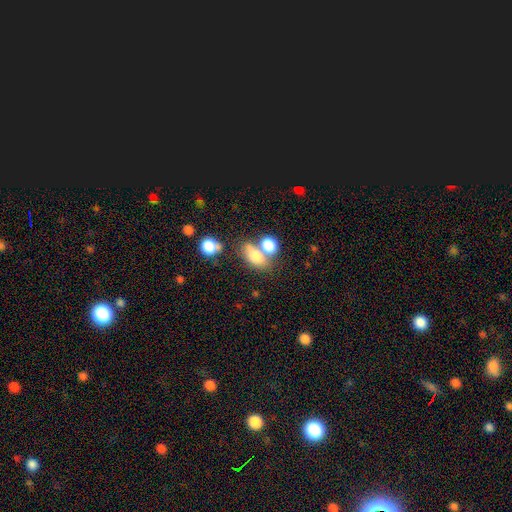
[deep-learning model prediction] smooth-or-featured: smooth: 77% | featured or disk: 14% | star or artifact: 10%
  how-rounded: in between: 77% | round: 20% | cigar-shaped: 3%
  merging: merger: 50% | none: 34% | minor disturbance: 10% | major disturbance: 6%